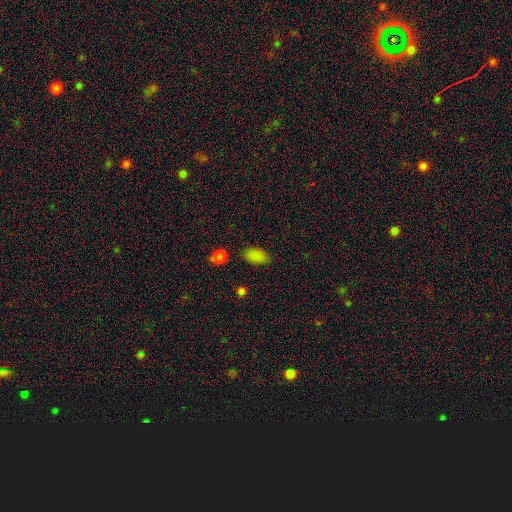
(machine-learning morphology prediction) Smooth or featured: smooth — 84% (star or artifact — 13%)
How rounded: in between — 91% (round — 7%)
Merging: none — 82% (minor disturbance — 12%)